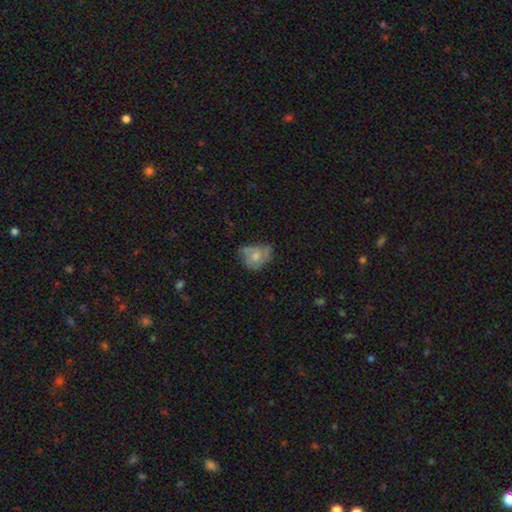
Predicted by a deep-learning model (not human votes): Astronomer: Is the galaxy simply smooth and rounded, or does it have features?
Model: smooth — 51% (runner-up: featured or disk, 41%).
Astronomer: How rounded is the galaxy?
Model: in between — 51% (runner-up: round, 47%).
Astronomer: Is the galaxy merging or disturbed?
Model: none — 44% (runner-up: minor disturbance, 34%).